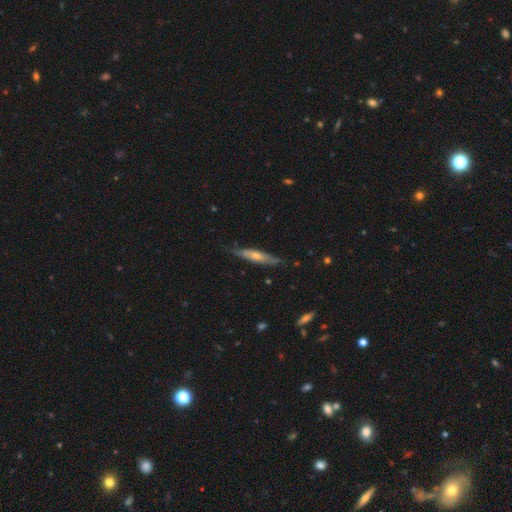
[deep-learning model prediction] The model was most divided on "smooth or featured": featured or disk: 58%, smooth: 36%, star or artifact: 6%. More confident: edge-on disk — yes (78%); merging — none (75%).